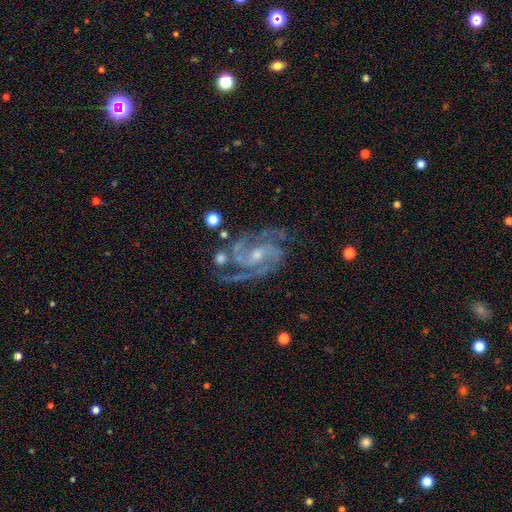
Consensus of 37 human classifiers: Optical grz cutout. It shows a featured or disk galaxy (95%) with a weak bar (53%), 2 (91%) medium (62%) spiral arms (100%) and a small central bulge (65%). Merging: none (78%).